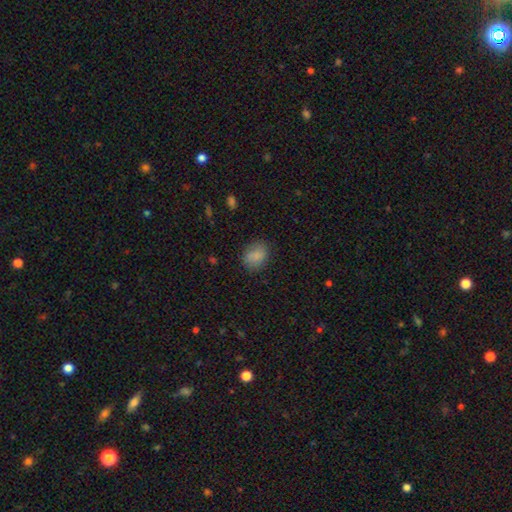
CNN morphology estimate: Smooth or featured?
  - smooth: 82% *
  - star or artifact: 9%
  - featured or disk: 9%
How rounded?
  - in between: 55% *
  - round: 44%
  - cigar-shaped: 1%
Merging?
  - none: 78% *
  - minor disturbance: 16%
  - major disturbance: 4%
  - merger: 1%